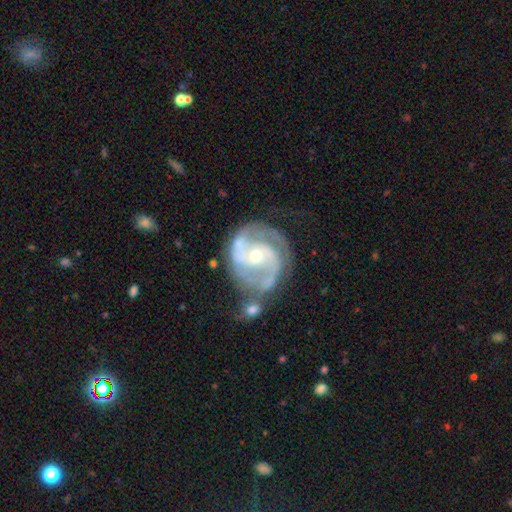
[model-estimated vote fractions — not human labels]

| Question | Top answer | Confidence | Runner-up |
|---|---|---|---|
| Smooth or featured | featured or disk | 90% | smooth (5%) |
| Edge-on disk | no | 98% | yes (2%) |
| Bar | no | 51% | weak (35%) |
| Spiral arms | yes | 97% | no (3%) |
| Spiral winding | medium | 49% | tight (39%) |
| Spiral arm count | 2 | 71% | 3 (14%) |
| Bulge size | small | 53% | moderate (43%) |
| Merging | none | 54% | minor disturbance (21%) |